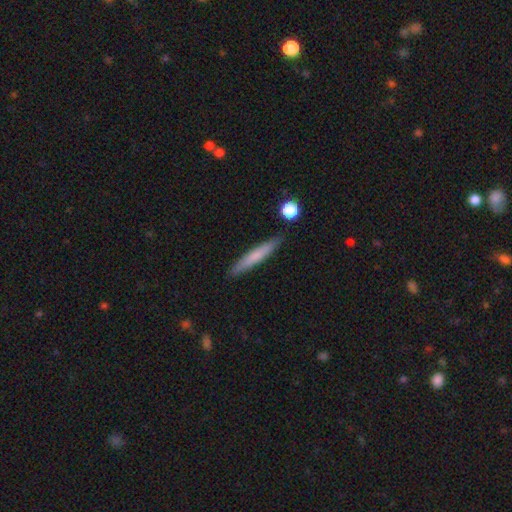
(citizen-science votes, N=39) This appears to be a smooth galaxy with no disk features (59%) that is cigar-shaped (96%). Merging: none (81%).